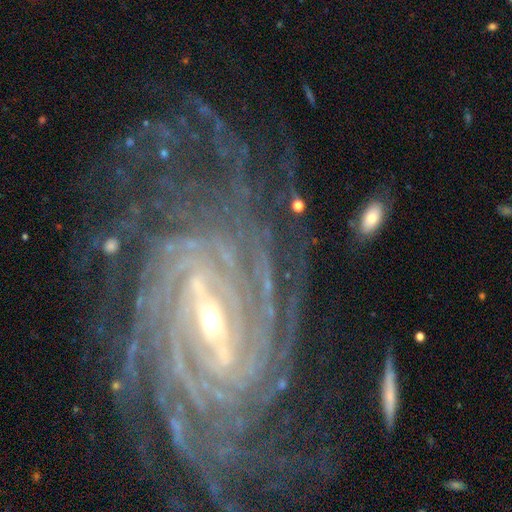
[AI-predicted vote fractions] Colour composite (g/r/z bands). It shows a featured or disk galaxy (92%) with a strong bar (58%), more than 4 (32%) tight (79%) spiral arms (99%) and a small central bulge (64%). Merging: none (69%).